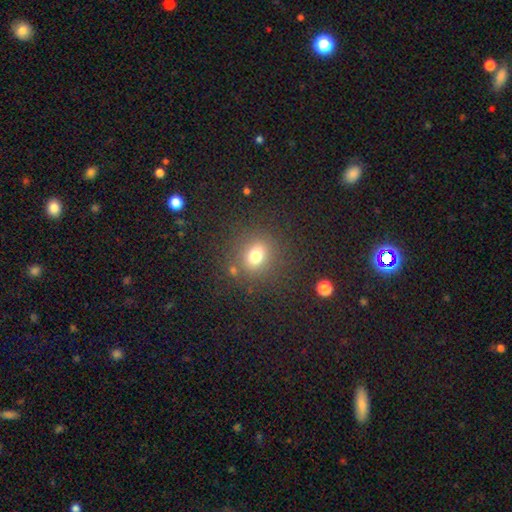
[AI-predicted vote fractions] Morphology: type=smooth (73%); roundness=round (70%); merging=none (82%).